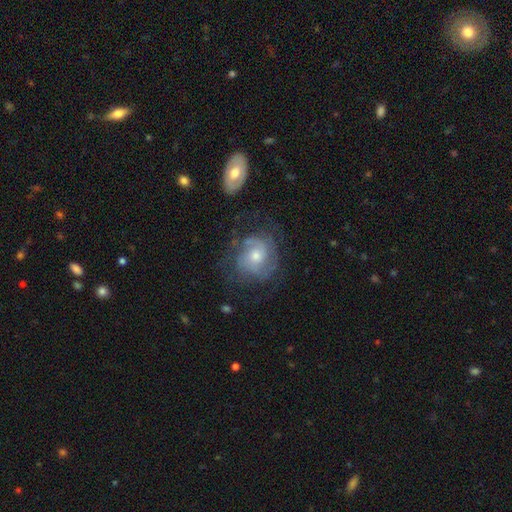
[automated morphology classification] Smooth or featured?
  - featured or disk: 75% *
  - smooth: 18%
  - star or artifact: 7%
Edge-on disk?
  - no: 97% *
  - yes: 3%
Bar?
  - no: 71% *
  - weak: 26%
  - strong: 4%
Spiral arms?
  - yes: 90% *
  - no: 10%
Spiral winding?
  - tight: 52% *
  - medium: 37%
  - loose: 11%
Spiral arm count?
  - 2: 41% *
  - can't tell: 32%
  - 3: 15%
  - 1: 5%
  - 4: 4%
  - more than 4: 4%
Bulge size?
  - moderate: 59% *
  - small: 32%
  - large: 5%
  - none: 2%
  - dominant: 1%
Merging?
  - none: 64% *
  - minor disturbance: 19%
  - major disturbance: 14%
  - merger: 3%